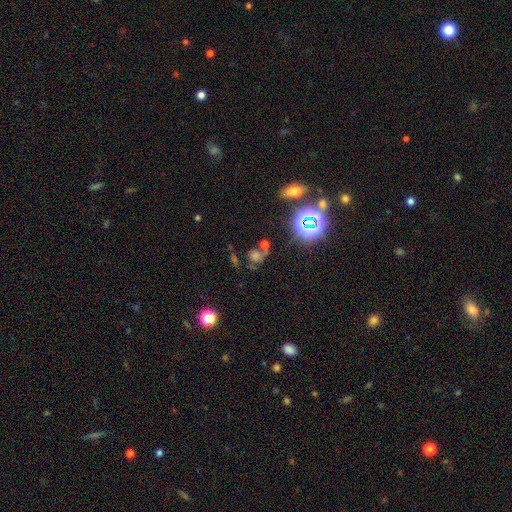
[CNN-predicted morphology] type=smooth (43%); merging=none (42%).